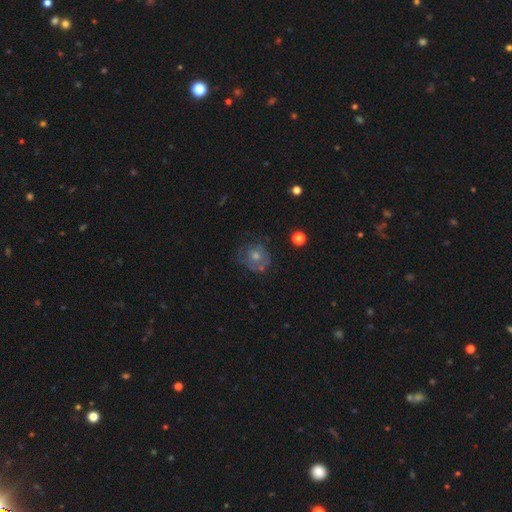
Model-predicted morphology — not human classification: A featured or disk galaxy (48%).

Vote fractions:
- Smooth or featured? featured or disk: 48% / smooth: 35% / star or artifact: 16%
- Merging? none: 64% / minor disturbance: 21% / major disturbance: 13% / merger: 2%